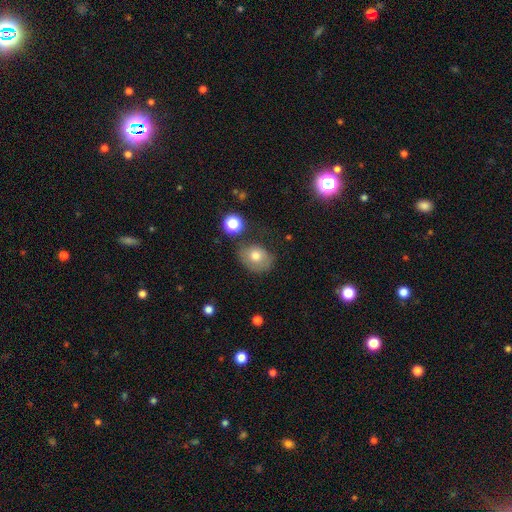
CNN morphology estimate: The model was most divided on "how rounded": in between: 56%, round: 43%, cigar-shaped: 1%. More confident: smooth or featured — smooth (72%); merging — none (60%).